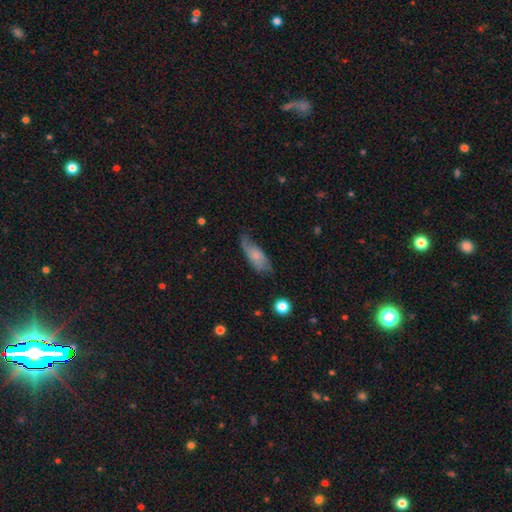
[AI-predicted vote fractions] This appears to be a smooth galaxy with no disk features (59%) that is in between round and cigar-shaped (71%). Merging: none (54%).